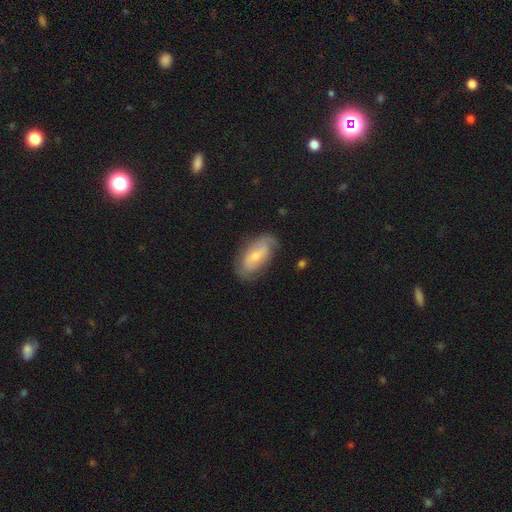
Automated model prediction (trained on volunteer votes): This is likely a featured or disk galaxy (60%). It is clearly not viewed edge-on (93%). Bar: possibly no (55%). Spiral arm pattern: clearly yes (80%). Central bulge: possibly small (51%). Merging: likely none (70%).